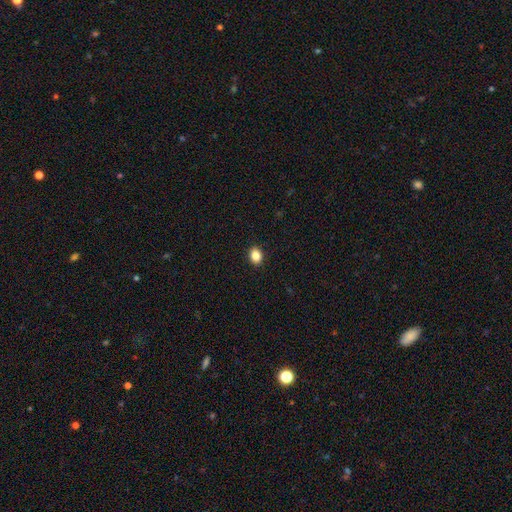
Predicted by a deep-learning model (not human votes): This is clearly a smooth galaxy (86%). How rounded: possibly in between (56%). Merging: clearly none (91%).